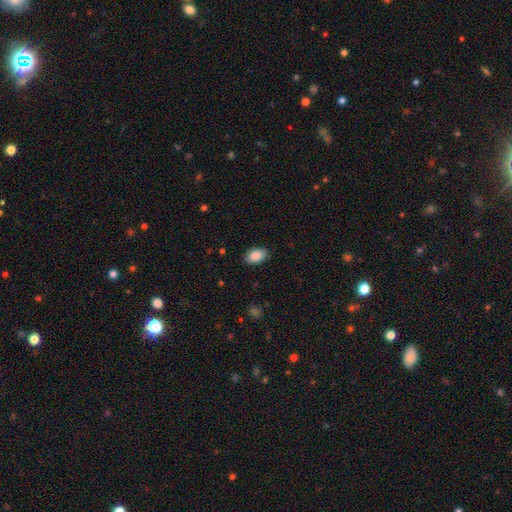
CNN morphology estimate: smooth-or-featured: smooth: 88% | star or artifact: 7% | featured or disk: 5%
  how-rounded: in between: 90% | round: 9% | cigar-shaped: 1%
  merging: none: 87% | minor disturbance: 9% | major disturbance: 2% | merger: 1%